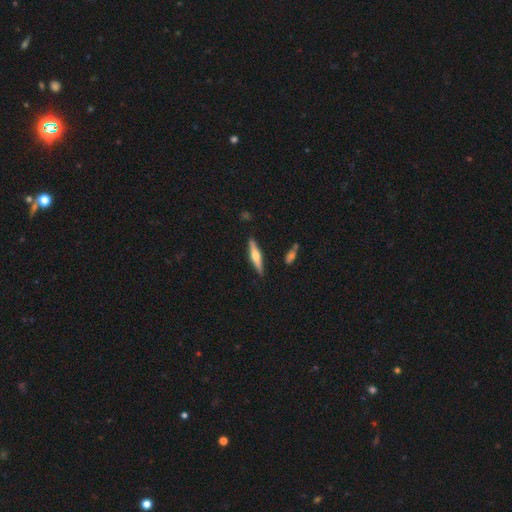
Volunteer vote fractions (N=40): Morphology: type=featured or disk (70%); edge-on=yes (100%); edge-on bulge=rounded (82%); merging=none (89%).